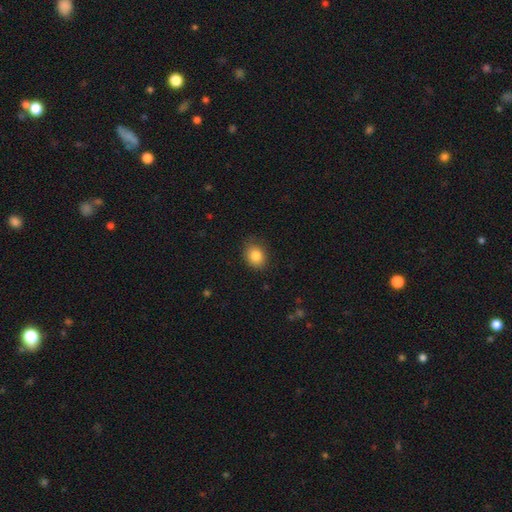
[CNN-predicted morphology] Smooth or featured? smooth (84%)
How rounded? round (50%)
Merging? none (81%)